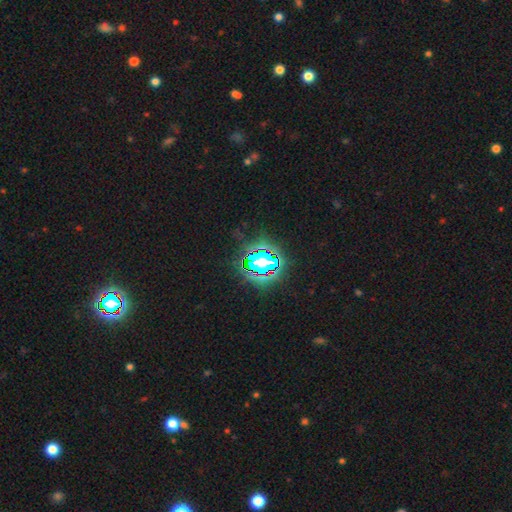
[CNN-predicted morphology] Q: Smooth or featured?
A: star or artifact (80%); runner-up: smooth (12%)